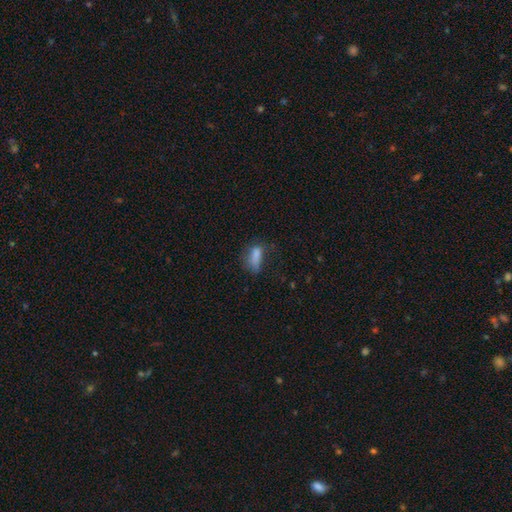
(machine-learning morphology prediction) This is likely a smooth galaxy (75%). How rounded: likely in between (78%). Merging: marginally none (36%).